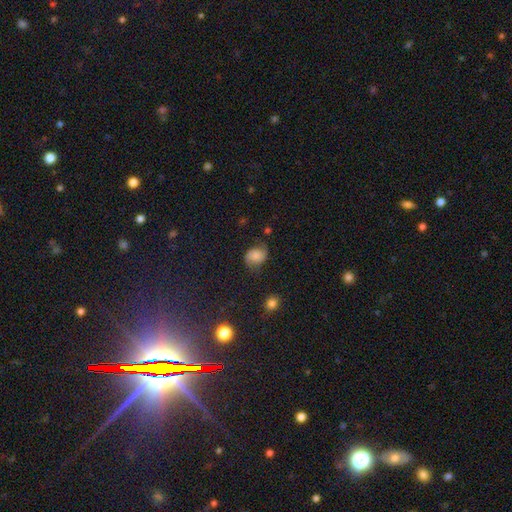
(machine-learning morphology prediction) Smooth or featured? Predicted: featured or disk (p=0.50). Edge-on disk? Predicted: no (p=0.97). Merging? Predicted: none (p=0.65).